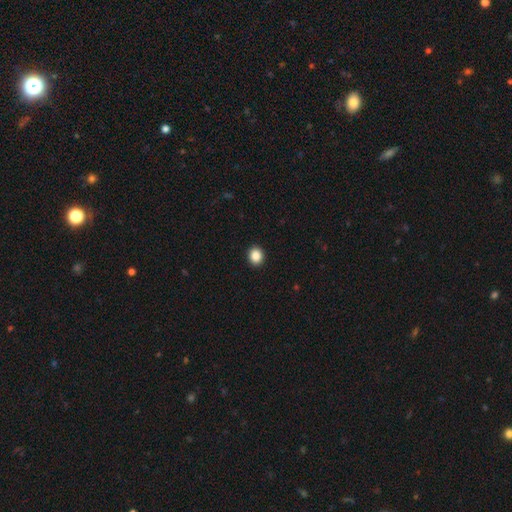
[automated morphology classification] type=smooth (87%); roundness=round (76%); merging=none (93%).